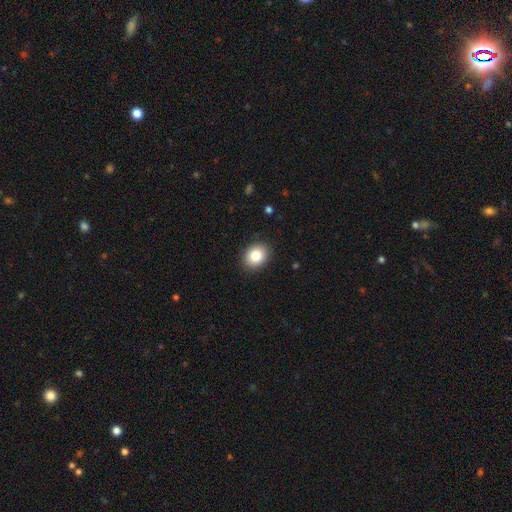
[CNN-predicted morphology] This appears to be a smooth galaxy with no disk features (84%) that is round (54%). Merging: none (90%).